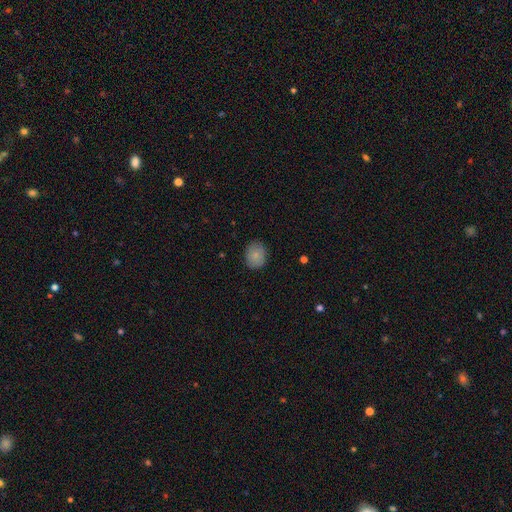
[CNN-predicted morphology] A smooth galaxy with no disk features (82%) that is round (54%).

Vote fractions:
- Smooth or featured? smooth: 82% / featured or disk: 10% / star or artifact: 7%
- How rounded? round: 54% / in between: 46% / cigar-shaped: 1%
- Merging? none: 84% / minor disturbance: 13% / major disturbance: 3% / merger: 1%